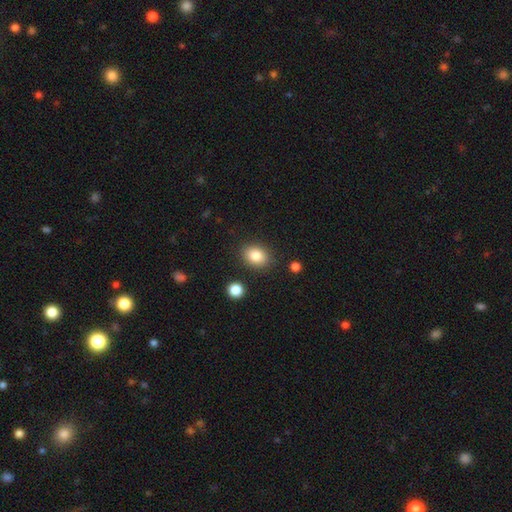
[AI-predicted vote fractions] Smooth or featured? Predicted: smooth (p=0.84). How rounded? Predicted: in between (p=0.59). Merging? Predicted: none (p=0.85).